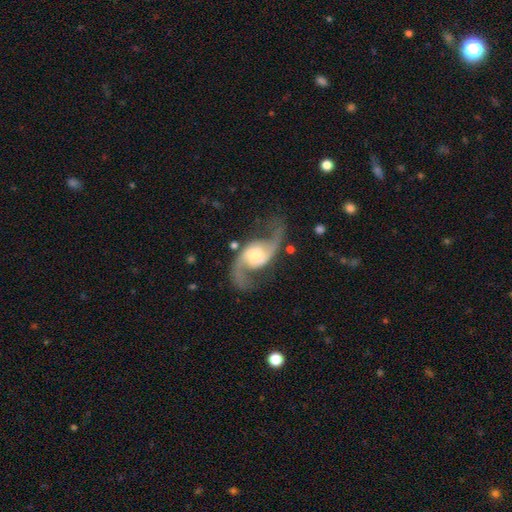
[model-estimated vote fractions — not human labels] Smooth or featured?
  - featured or disk: 91% *
  - smooth: 4%
  - star or artifact: 4%
Edge-on disk?
  - no: 97% *
  - yes: 3%
Bar?
  - no: 47% *
  - weak: 39%
  - strong: 14%
Spiral arms?
  - yes: 98% *
  - no: 2%
Spiral winding?
  - loose: 70% *
  - medium: 25%
  - tight: 4%
Spiral arm count?
  - 2: 94% *
  - 1: 2%
  - can't tell: 1%
  - 3: 1%
  - 4: 1%
  - more than 4: 1%
Bulge size?
  - moderate: 45% *
  - small: 36%
  - large: 12%
  - none: 3%
  - dominant: 3%
Merging?
  - none: 73% *
  - minor disturbance: 14%
  - major disturbance: 11%
  - merger: 3%